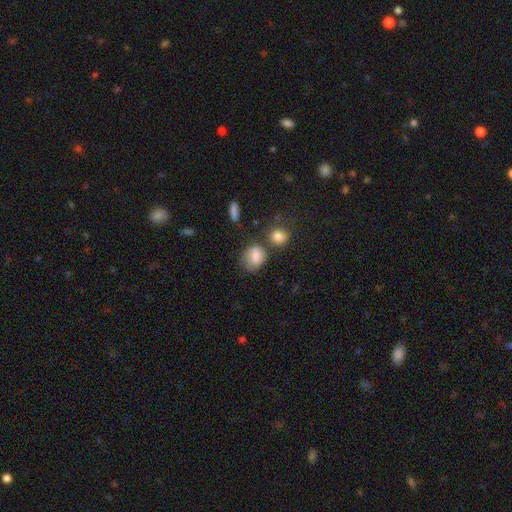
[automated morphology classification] smooth_or_featured: smooth (p=0.77) [alt: featured or disk p=0.14]
how_rounded: round (p=0.52) [alt: in between p=0.46]
merging: none (p=0.49) [alt: minor disturbance p=0.25]